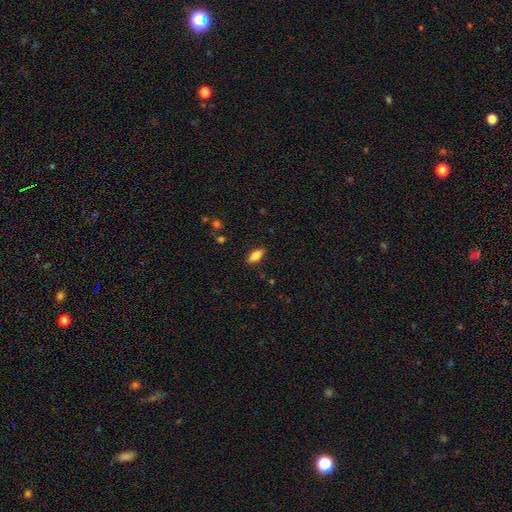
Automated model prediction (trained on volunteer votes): Overall: smooth (82%). How rounded: in between (85%). Merging: none (87%).